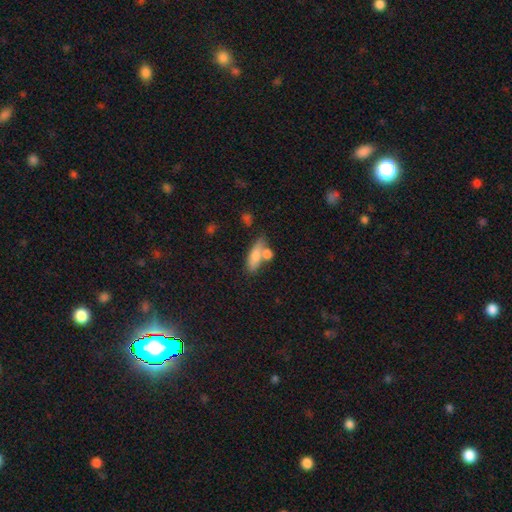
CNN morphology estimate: smooth_or_featured: smooth (p=0.76) [alt: featured or disk p=0.17]
how_rounded: in between (p=0.67) [alt: cigar-shaped p=0.28]
merging: none (p=0.46) [alt: merger p=0.33]